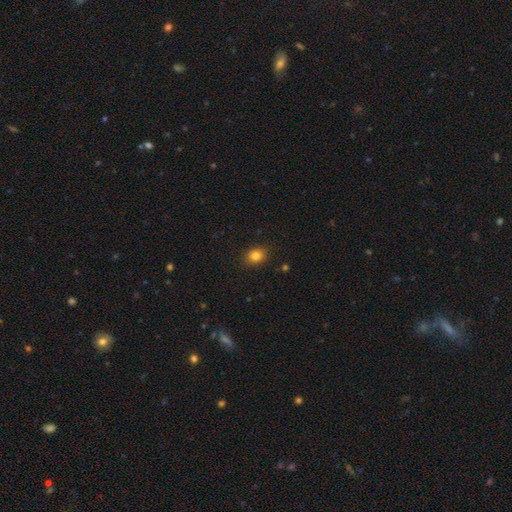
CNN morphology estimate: This is clearly a smooth galaxy (82%). How rounded: possibly round (50%). Merging: clearly none (88%).